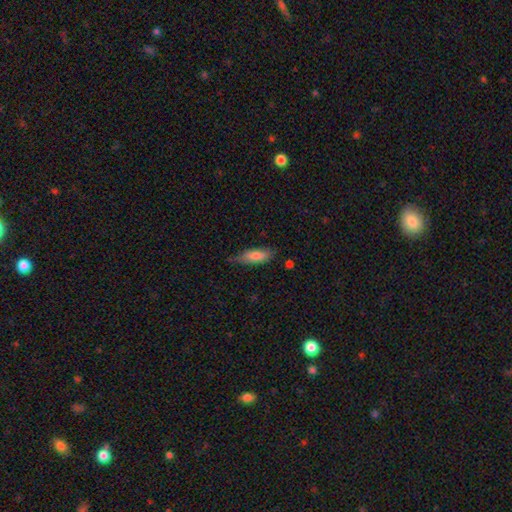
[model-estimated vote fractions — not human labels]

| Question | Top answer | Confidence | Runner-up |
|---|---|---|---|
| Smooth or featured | smooth | 80% | featured or disk (13%) |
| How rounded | in between | 55% | cigar-shaped (43%) |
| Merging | none | 67% | minor disturbance (25%) |